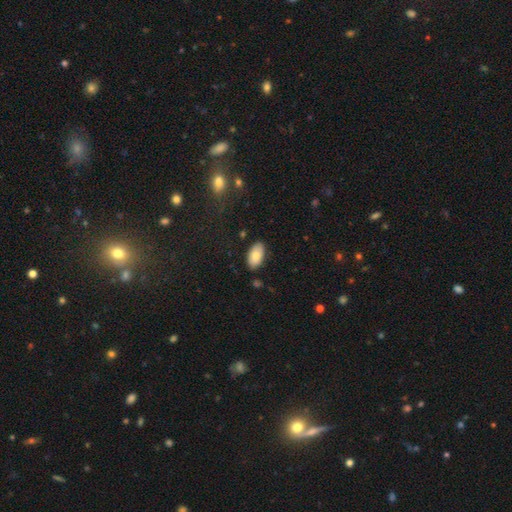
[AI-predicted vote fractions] Smooth or featured? Predicted: smooth (p=0.81). How rounded? Predicted: in between (p=0.95). Merging? Predicted: none (p=0.85).